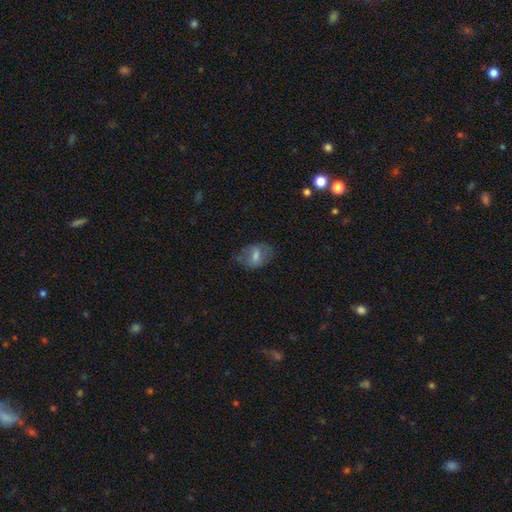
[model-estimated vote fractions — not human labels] Smooth or featured: smooth — 59% (featured or disk — 33%)
How rounded: in between — 78% (round — 20%)
Merging: none — 61% (minor disturbance — 25%)